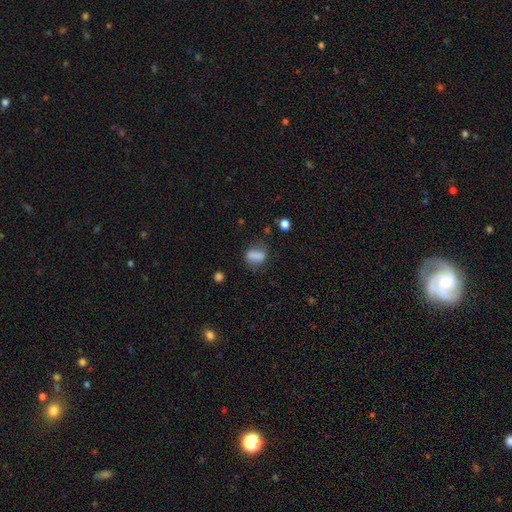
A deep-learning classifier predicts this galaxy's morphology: Q: Smooth or featured?
A: smooth (77%); runner-up: featured or disk (13%)
Q: How rounded?
A: in between (70%); runner-up: round (20%)
Q: Merging?
A: none (61%); runner-up: minor disturbance (22%)